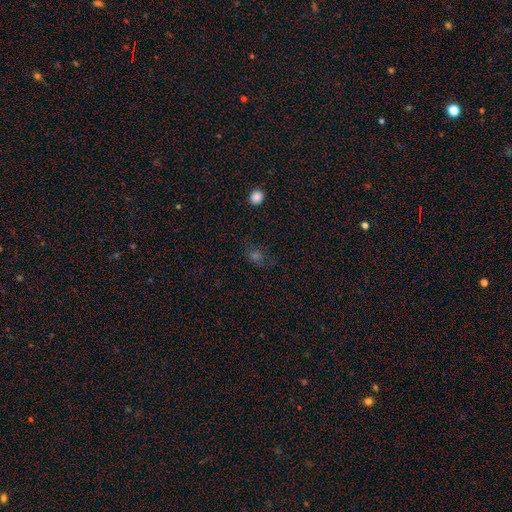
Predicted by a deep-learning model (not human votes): Smooth or featured? smooth (49%)
Merging? none (71%)